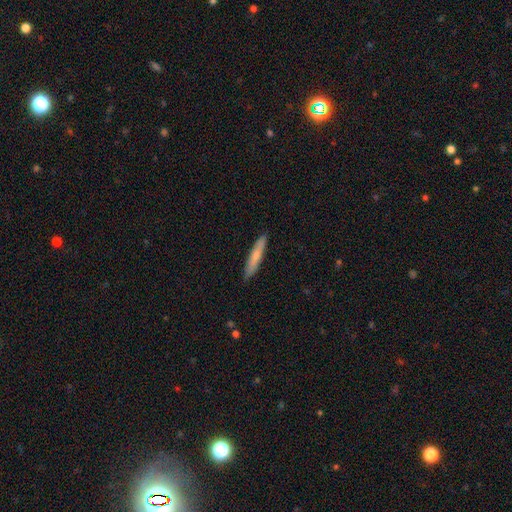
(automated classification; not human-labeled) Overall: smooth (71%). How rounded: cigar-shaped (93%). Merging: none (89%).